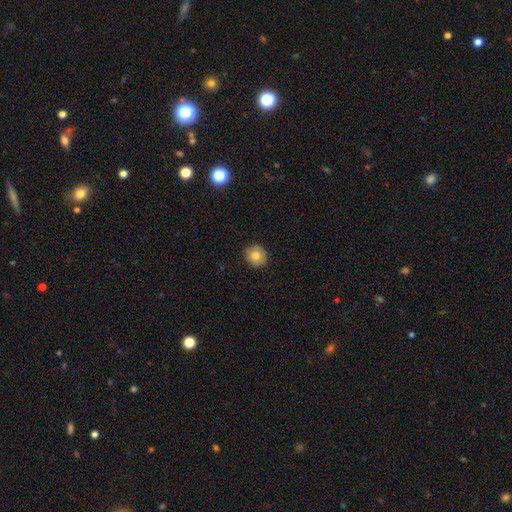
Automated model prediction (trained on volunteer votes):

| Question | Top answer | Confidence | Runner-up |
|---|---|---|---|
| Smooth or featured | smooth | 79% | featured or disk (12%) |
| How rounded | round | 86% | in between (13%) |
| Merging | none | 88% | minor disturbance (9%) |